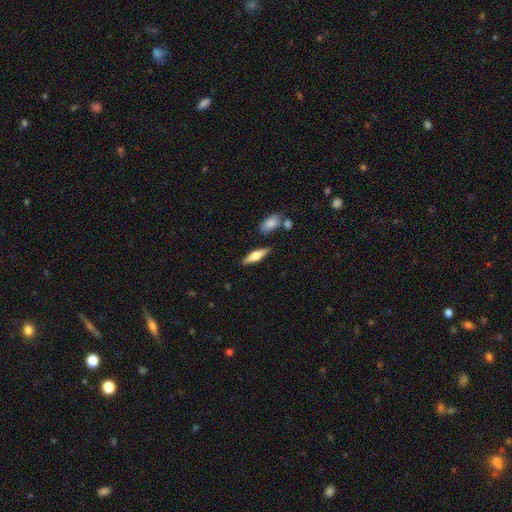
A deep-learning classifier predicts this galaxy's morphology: smooth-or-featured: smooth: 49% | featured or disk: 44% | star or artifact: 6%
  merging: none: 83% | minor disturbance: 10% | merger: 4% | major disturbance: 3%